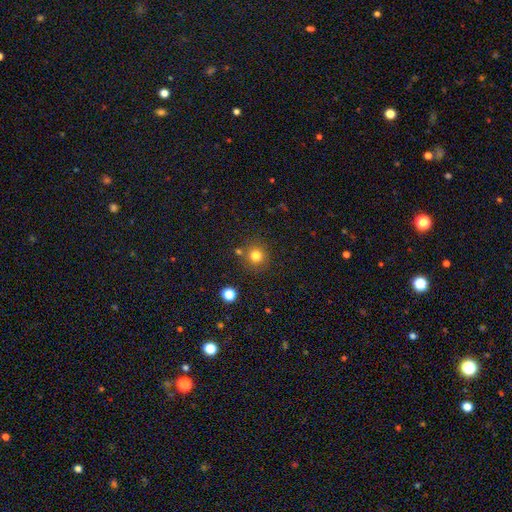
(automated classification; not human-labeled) smooth 79%, star or artifact 14%, featured or disk 7%. Down the decision tree: how rounded — round (93%); merging — none (81%).